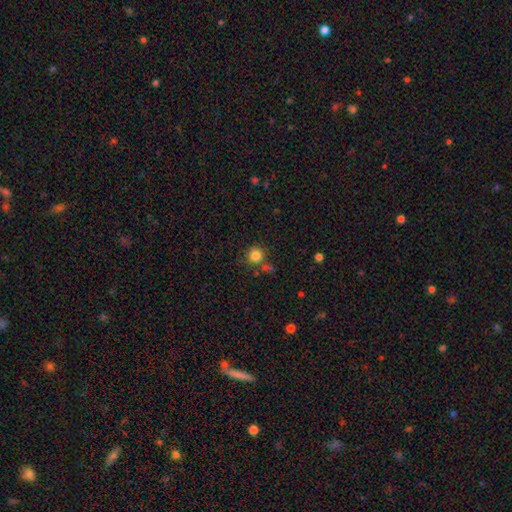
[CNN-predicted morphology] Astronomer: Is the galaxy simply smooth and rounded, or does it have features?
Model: smooth — 83%.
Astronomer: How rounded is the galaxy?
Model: round — 93%.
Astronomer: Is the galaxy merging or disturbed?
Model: none — 74%.